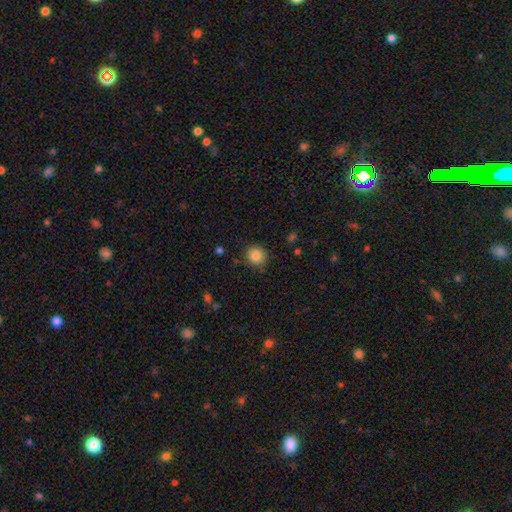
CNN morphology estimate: Smooth or featured?
  - smooth: 85% *
  - star or artifact: 10%
  - featured or disk: 6%
How rounded?
  - round: 88% *
  - in between: 11%
  - cigar-shaped: 1%
Merging?
  - none: 86% *
  - minor disturbance: 10%
  - major disturbance: 3%
  - merger: 1%